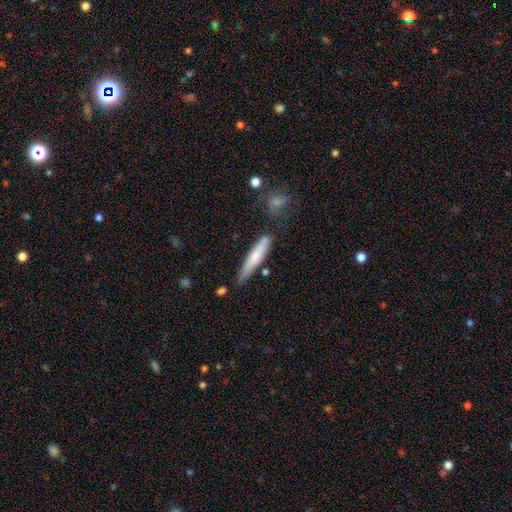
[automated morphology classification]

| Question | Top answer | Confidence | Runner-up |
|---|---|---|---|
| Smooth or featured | smooth | 71% | featured or disk (24%) |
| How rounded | cigar-shaped | 90% | in between (9%) |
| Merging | none | 68% | minor disturbance (21%) |